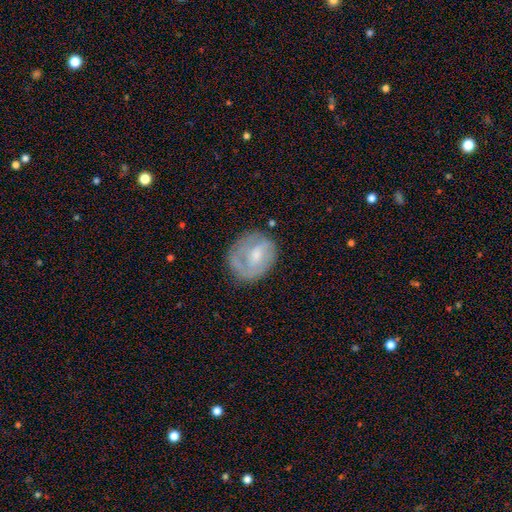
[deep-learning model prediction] A featured or disk galaxy (56%) with a weak bar (45%), spiral arms (62%) and a small central bulge (47%). Merging: none (65%).